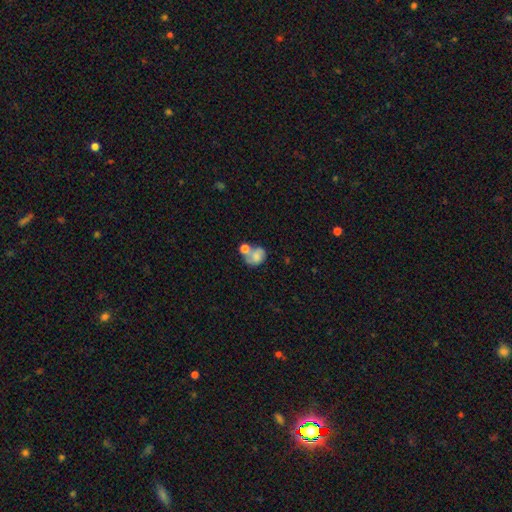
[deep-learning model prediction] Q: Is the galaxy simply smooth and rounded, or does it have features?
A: smooth — 63%.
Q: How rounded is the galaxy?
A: round — 55%.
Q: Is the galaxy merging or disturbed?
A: merger — 46%.